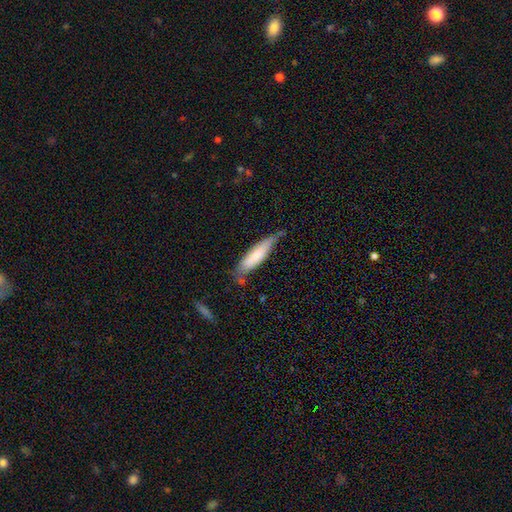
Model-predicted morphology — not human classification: A smooth galaxy with no disk features (70%) that is cigar-shaped (70%). Merging: none (54%).